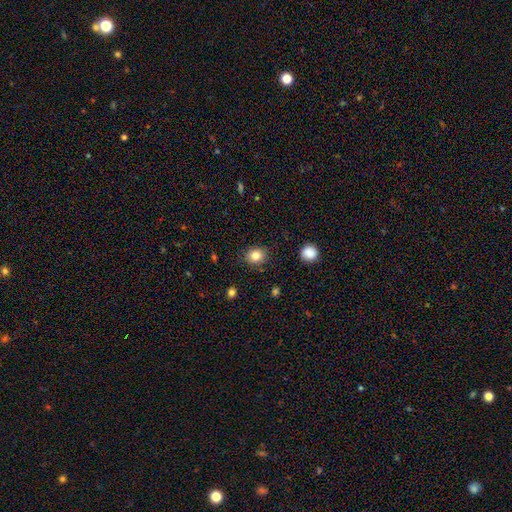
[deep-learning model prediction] The model was most divided on "how rounded": round: 65%, in between: 34%, cigar-shaped: 1%. More confident: merging — none (86%); smooth or featured — smooth (82%).